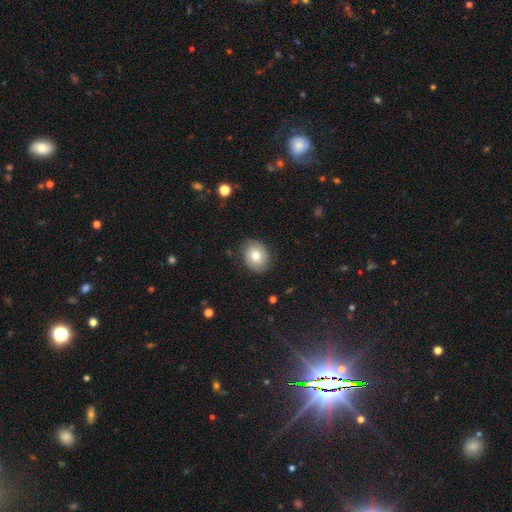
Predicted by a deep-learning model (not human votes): Smooth or featured?
  - smooth: 72% *
  - featured or disk: 20%
  - star or artifact: 9%
How rounded?
  - round: 52% *
  - in between: 47%
  - cigar-shaped: 1%
Merging?
  - none: 84% *
  - minor disturbance: 12%
  - major disturbance: 3%
  - merger: 1%